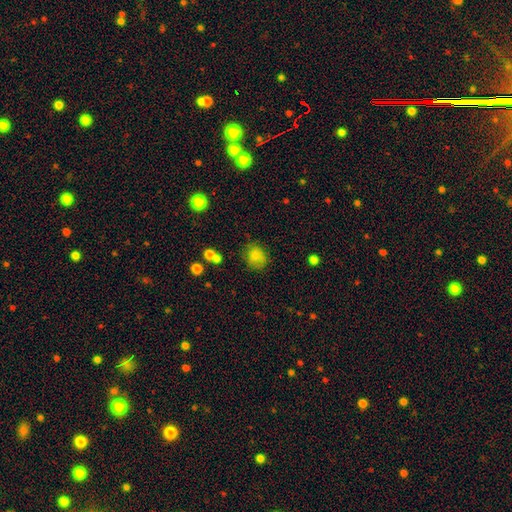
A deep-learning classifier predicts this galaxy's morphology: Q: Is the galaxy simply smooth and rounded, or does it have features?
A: smooth — 82%.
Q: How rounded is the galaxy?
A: round — 72%.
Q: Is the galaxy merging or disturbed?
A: none — 72%.